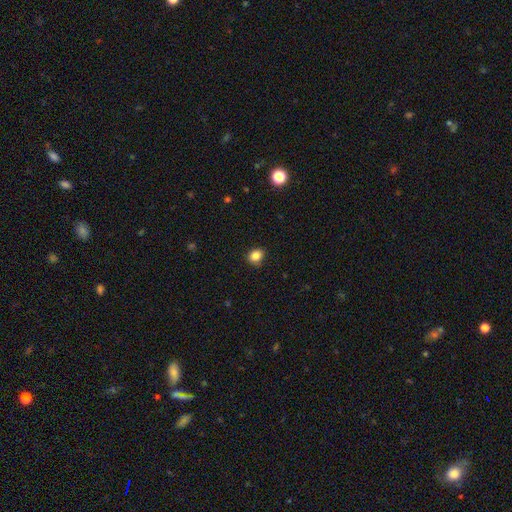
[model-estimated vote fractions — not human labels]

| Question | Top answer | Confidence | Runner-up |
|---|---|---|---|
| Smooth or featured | smooth | 84% | star or artifact (11%) |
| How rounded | round | 67% | in between (32%) |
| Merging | none | 87% | minor disturbance (10%) |